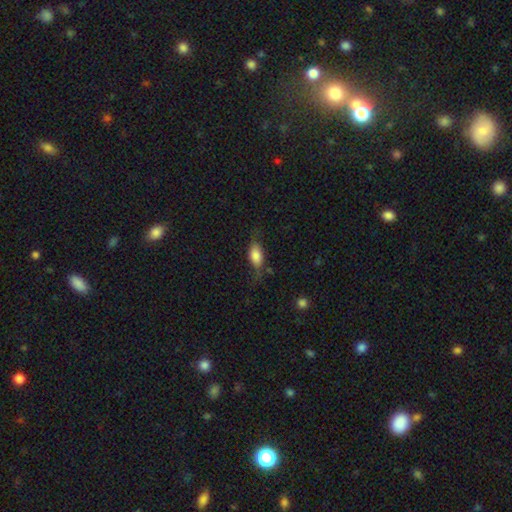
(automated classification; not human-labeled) This is likely a smooth galaxy (75%). How rounded: clearly in between (87%). Merging: possibly none (54%).